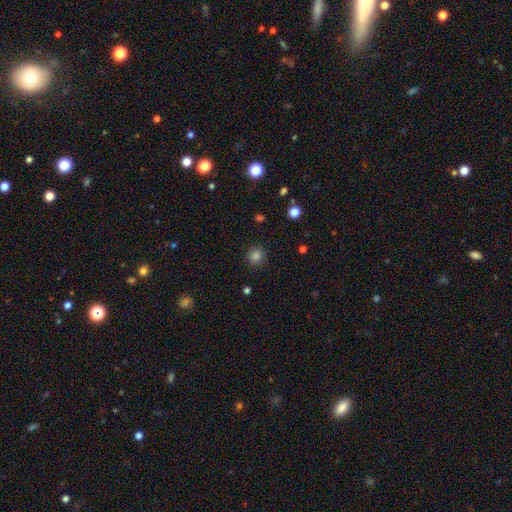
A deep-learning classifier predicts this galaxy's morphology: A smooth galaxy with no disk features (83%) that is round (91%).

Vote fractions:
- Smooth or featured? smooth: 83% / star or artifact: 13% / featured or disk: 4%
- How rounded? round: 91% / in between: 8% / cigar-shaped: 1%
- Merging? none: 89% / minor disturbance: 7% / major disturbance: 2% / merger: 1%